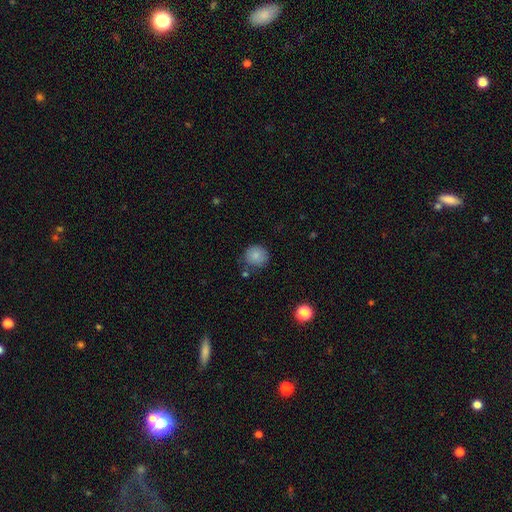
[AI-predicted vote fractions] Smooth or featured?
  - smooth: 85% *
  - star or artifact: 9%
  - featured or disk: 6%
How rounded?
  - round: 91% *
  - in between: 8%
  - cigar-shaped: 1%
Merging?
  - none: 78% *
  - minor disturbance: 14%
  - merger: 5%
  - major disturbance: 3%